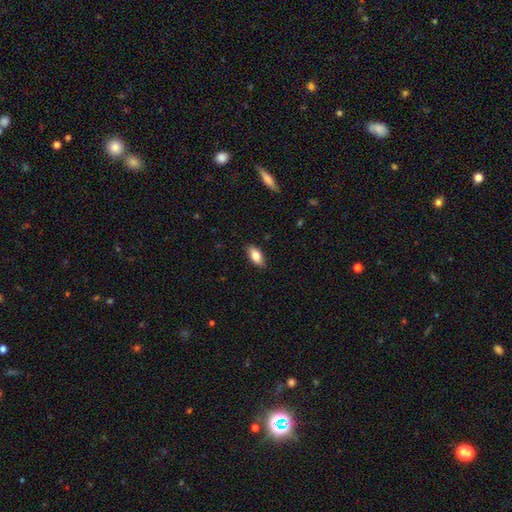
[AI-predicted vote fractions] Overall: smooth (84%). How rounded: in between (91%). Merging: none (86%).